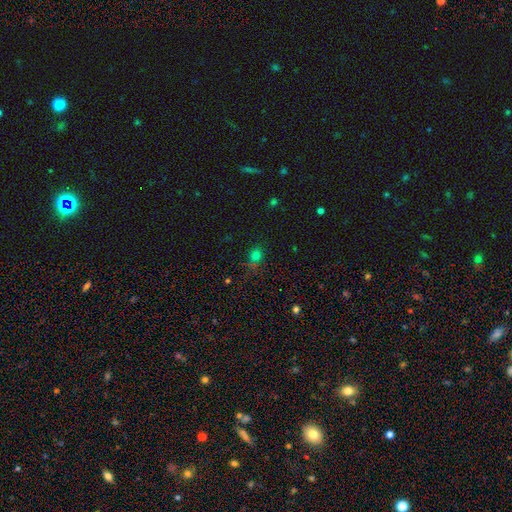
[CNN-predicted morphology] A smooth galaxy with no disk features (70%) that is round (75%).

Vote fractions:
- Smooth or featured? smooth: 70% / star or artifact: 23% / featured or disk: 6%
- How rounded? round: 75% / in between: 23% / cigar-shaped: 1%
- Merging? none: 69% / minor disturbance: 18% / major disturbance: 7% / merger: 6%